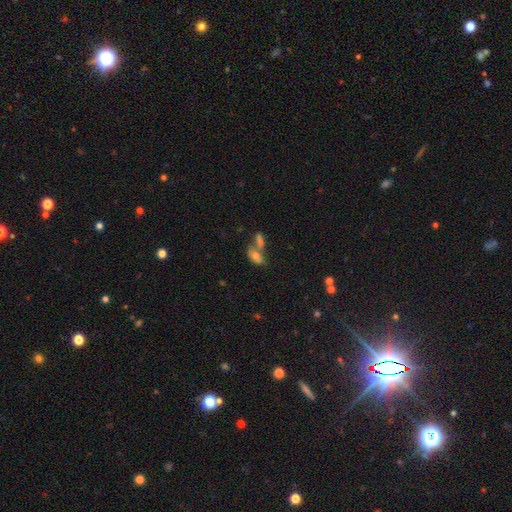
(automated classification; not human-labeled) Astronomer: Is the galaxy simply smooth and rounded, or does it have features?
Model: smooth — 66%.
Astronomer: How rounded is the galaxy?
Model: in between — 84%.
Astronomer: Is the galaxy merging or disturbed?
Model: merger — 54%.